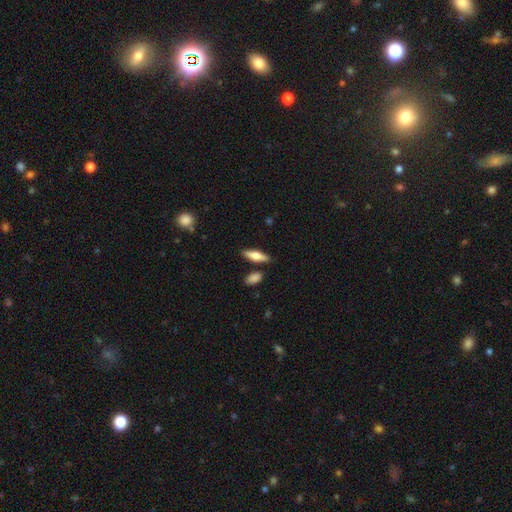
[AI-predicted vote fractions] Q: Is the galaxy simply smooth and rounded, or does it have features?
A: smooth — 59%.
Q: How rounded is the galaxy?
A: cigar-shaped — 54%.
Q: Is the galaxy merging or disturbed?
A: none — 81%.